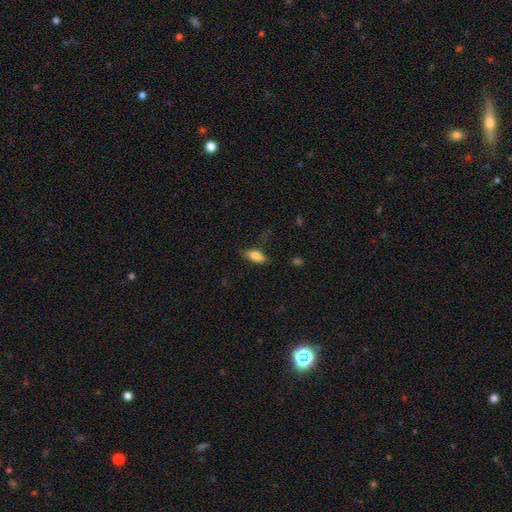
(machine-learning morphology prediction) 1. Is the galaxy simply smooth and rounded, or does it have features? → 77% smooth, 15% featured or disk, 7% star or artifact.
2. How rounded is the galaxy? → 76% in between, 21% cigar-shaped, 3% round.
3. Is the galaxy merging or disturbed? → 71% none, 21% minor disturbance, 6% major disturbance, 2% merger.